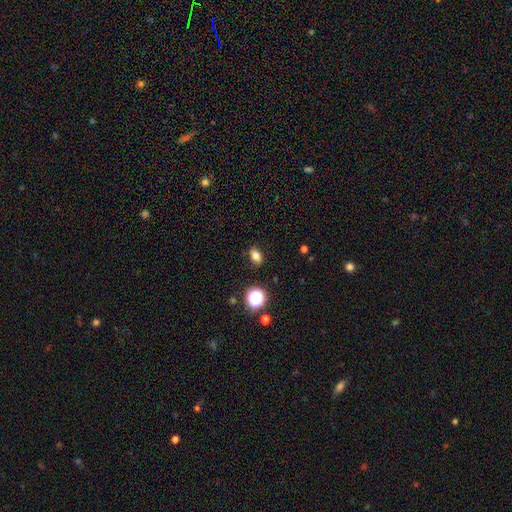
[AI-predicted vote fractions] Overall: smooth (79%). How rounded: in between (79%). Merging: none (87%).